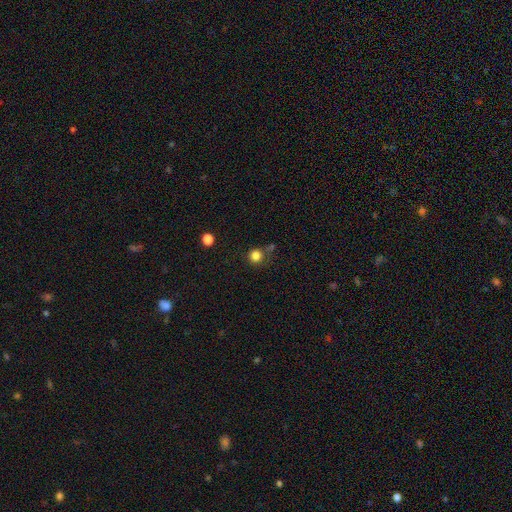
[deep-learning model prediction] Smooth or featured? smooth (83%)
How rounded? round (92%)
Merging? none (74%)